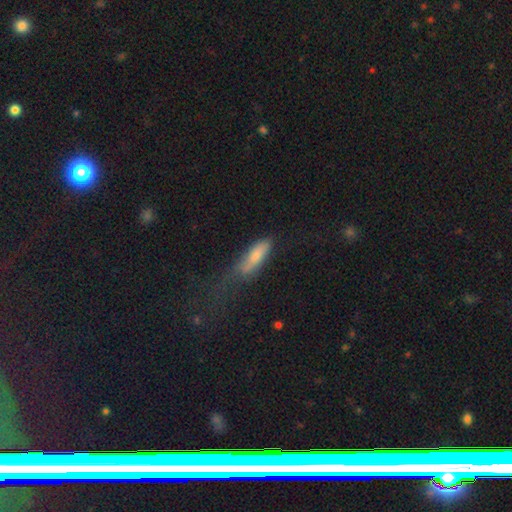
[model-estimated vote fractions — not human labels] Smooth or featured?
  - smooth: 69% *
  - featured or disk: 23%
  - star or artifact: 8%
How rounded?
  - cigar-shaped: 56% *
  - in between: 42%
  - round: 3%
Merging?
  - none: 34% *
  - major disturbance: 31%
  - minor disturbance: 30%
  - merger: 5%